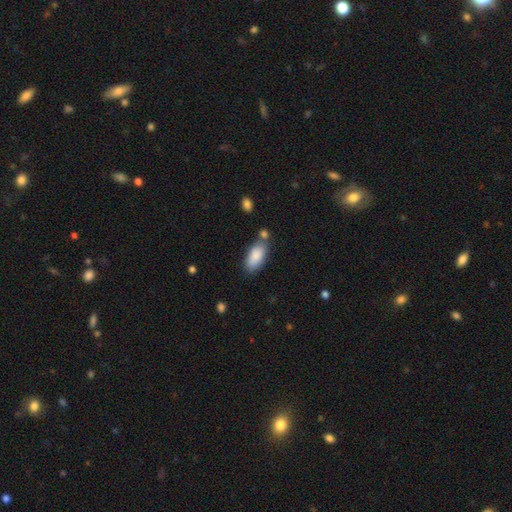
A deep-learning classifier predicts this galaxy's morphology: Smooth or featured? Predicted: smooth (p=0.87). How rounded? Predicted: in between (p=0.89). Merging? Predicted: none (p=0.66).